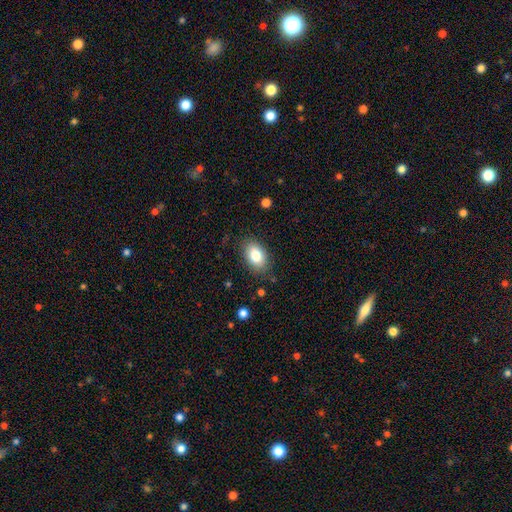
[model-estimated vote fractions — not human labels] Smooth or featured: smooth — 82% (featured or disk — 10%)
How rounded: in between — 88% (round — 11%)
Merging: none — 83% (minor disturbance — 12%)